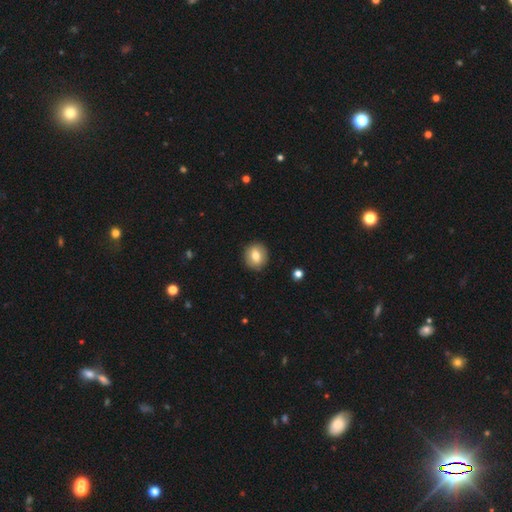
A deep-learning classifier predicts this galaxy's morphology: Overall: smooth (74%). How rounded: round (76%). Merging: none (89%).